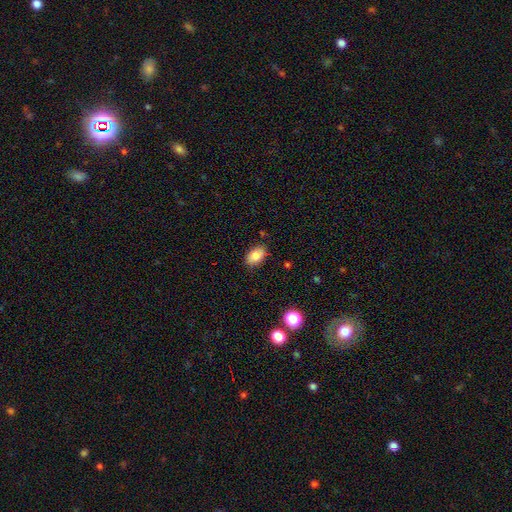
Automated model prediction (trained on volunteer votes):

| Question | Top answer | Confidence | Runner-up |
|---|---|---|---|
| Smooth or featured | smooth | 84% | star or artifact (9%) |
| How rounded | in between | 88% | round (10%) |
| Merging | none | 83% | minor disturbance (13%) |